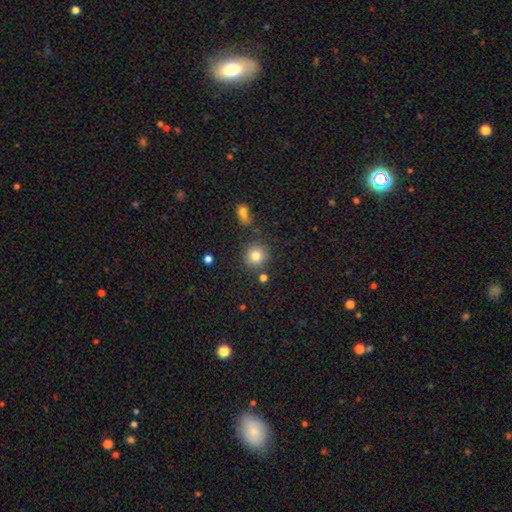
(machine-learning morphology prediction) A smooth galaxy with no disk features (80%) that is round (92%).

Vote fractions:
- Smooth or featured? smooth: 80% / star or artifact: 12% / featured or disk: 7%
- How rounded? round: 92% / in between: 7% / cigar-shaped: 1%
- Merging? none: 81% / minor disturbance: 9% / merger: 6% / major disturbance: 3%